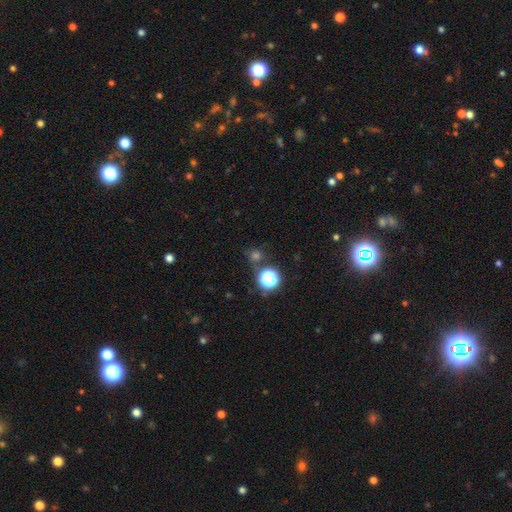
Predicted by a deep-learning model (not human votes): Smooth or featured? smooth (47%)
Merging? none (77%)